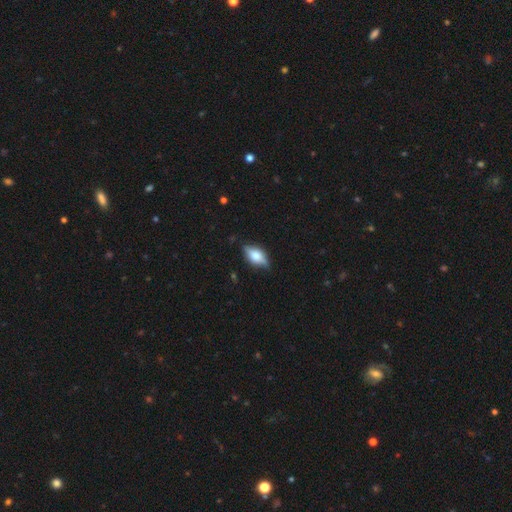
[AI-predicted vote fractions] Morphology: type=featured or disk (47%); merging=none (76%).